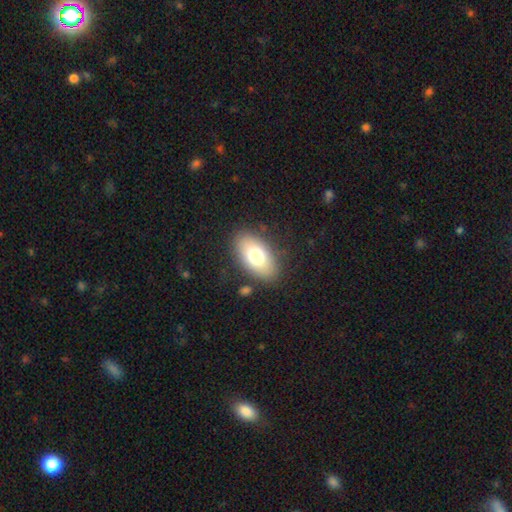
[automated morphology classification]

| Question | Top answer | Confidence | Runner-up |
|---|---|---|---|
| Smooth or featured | smooth | 74% | featured or disk (18%) |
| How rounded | in between | 92% | round (6%) |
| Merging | none | 84% | minor disturbance (10%) |